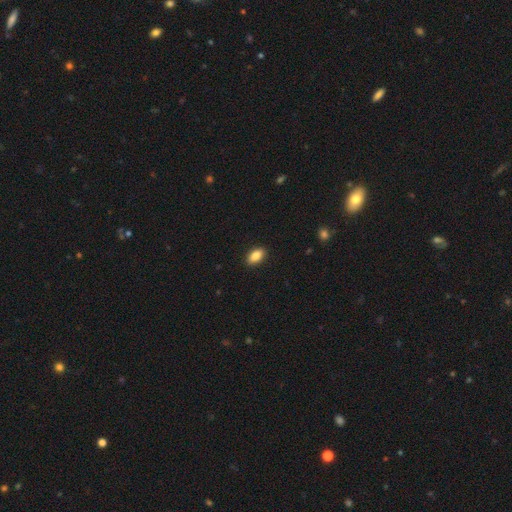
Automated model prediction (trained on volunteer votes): This is clearly a smooth galaxy (87%). How rounded: clearly in between (91%). Merging: clearly none (90%).